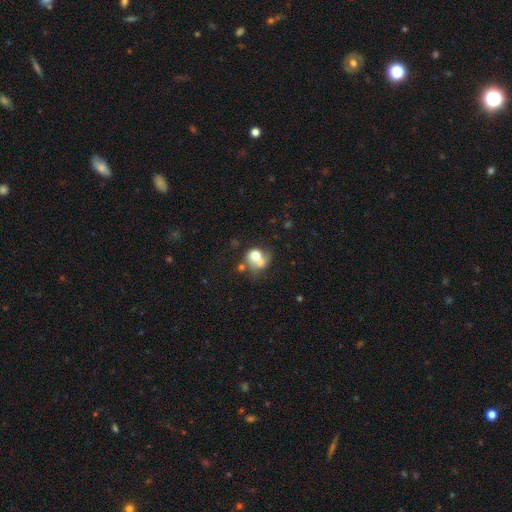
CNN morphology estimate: smooth_or_featured: smooth (p=0.67) [alt: featured or disk p=0.23]
how_rounded: round (p=0.67) [alt: in between p=0.32]
merging: merger (p=0.51) [alt: none p=0.28]